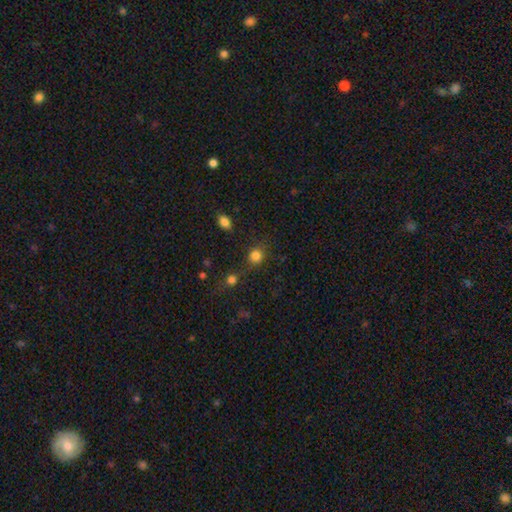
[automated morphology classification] smooth-or-featured: smooth: 82% | star or artifact: 13% | featured or disk: 5%
  how-rounded: round: 83% | in between: 15% | cigar-shaped: 1%
  merging: none: 71% | minor disturbance: 13% | merger: 11% | major disturbance: 6%